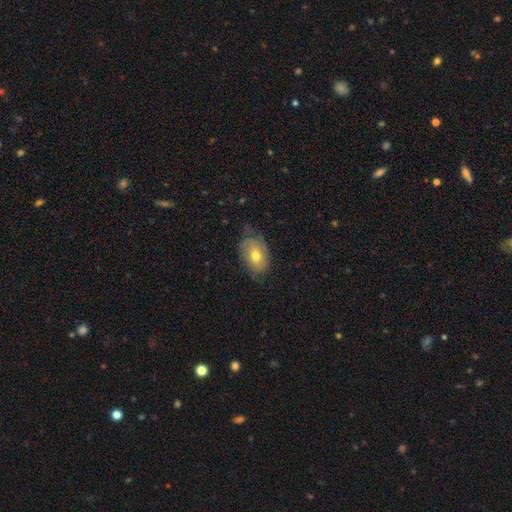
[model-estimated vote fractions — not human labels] smooth 59%, featured or disk 34%, star or artifact 7%. Down the decision tree: how rounded — in between (86%); merging — none (61%).